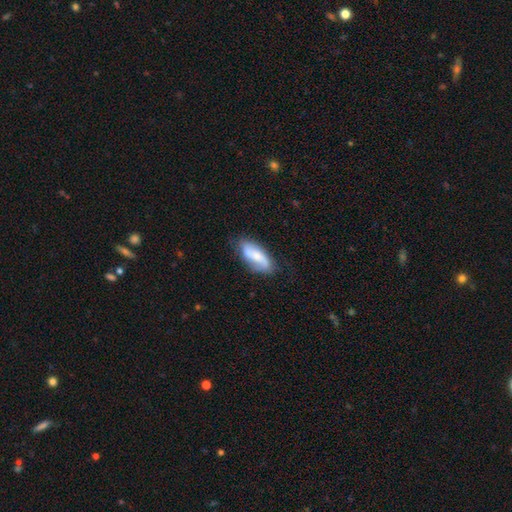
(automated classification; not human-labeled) This appears to be a featured or disk galaxy (48%). Merging: none (70%).